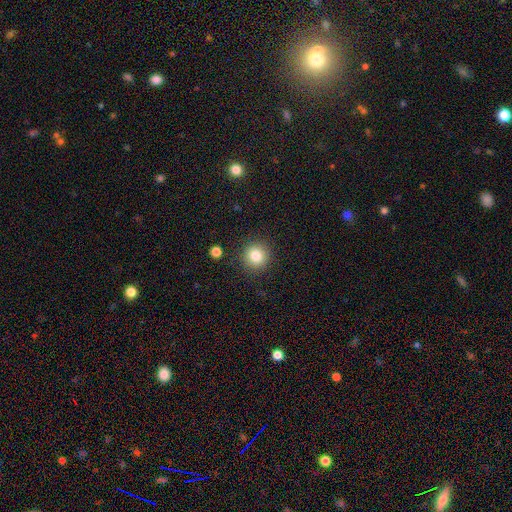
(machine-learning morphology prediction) A smooth galaxy with no disk features (83%) that is round (93%).

Vote fractions:
- Smooth or featured? smooth: 83% / star or artifact: 11% / featured or disk: 6%
- How rounded? round: 93% / in between: 6% / cigar-shaped: 1%
- Merging? none: 89% / minor disturbance: 6% / major disturbance: 2% / merger: 2%